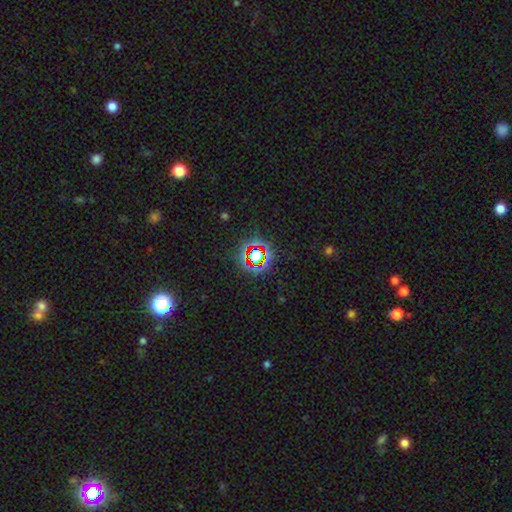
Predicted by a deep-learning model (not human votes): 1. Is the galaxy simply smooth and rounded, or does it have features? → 72% star or artifact, 18% smooth, 10% featured or disk.